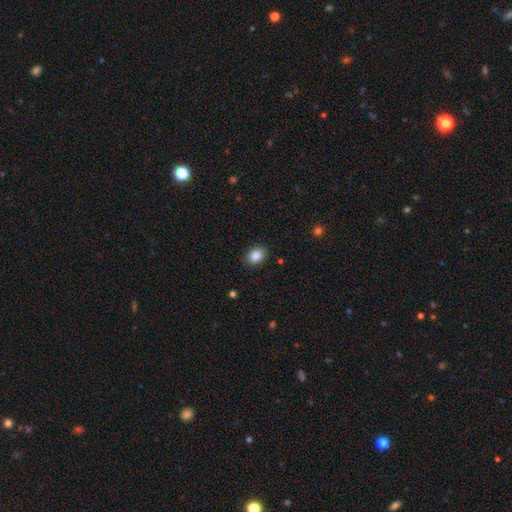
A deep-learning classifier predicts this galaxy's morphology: Overall: smooth (87%). How rounded: in between (71%). Merging: none (87%).